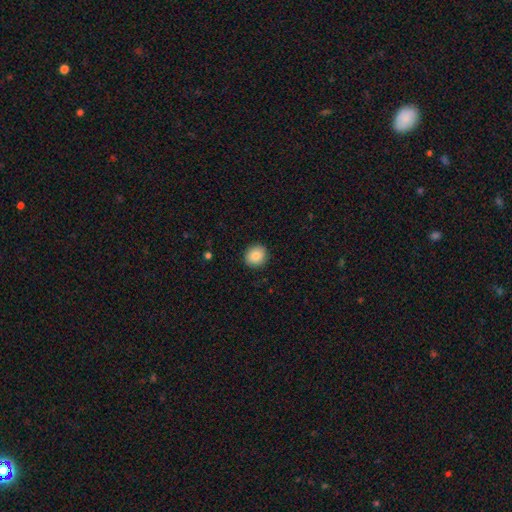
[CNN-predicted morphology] A smooth galaxy with no disk features (87%) that is round (80%).

Vote fractions:
- Smooth or featured? smooth: 87% / star or artifact: 8% / featured or disk: 5%
- How rounded? round: 80% / in between: 19% / cigar-shaped: 1%
- Merging? none: 91% / minor disturbance: 7% / major disturbance: 2% / merger: 1%